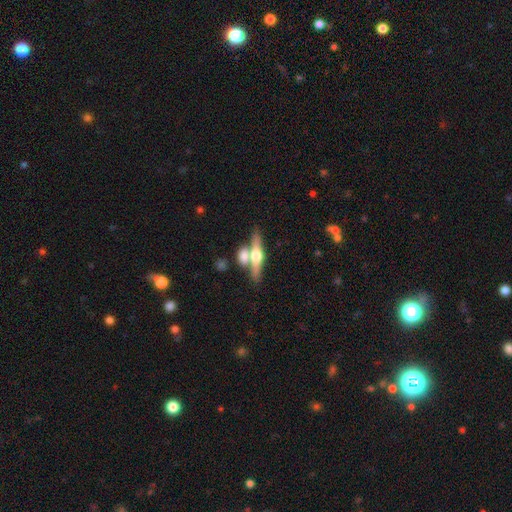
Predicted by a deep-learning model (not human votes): This is likely a featured or disk galaxy (64%). It is clearly viewed edge-on (94%). Edge-on bulge: clearly rounded (94%). Merging: possibly none (56%).